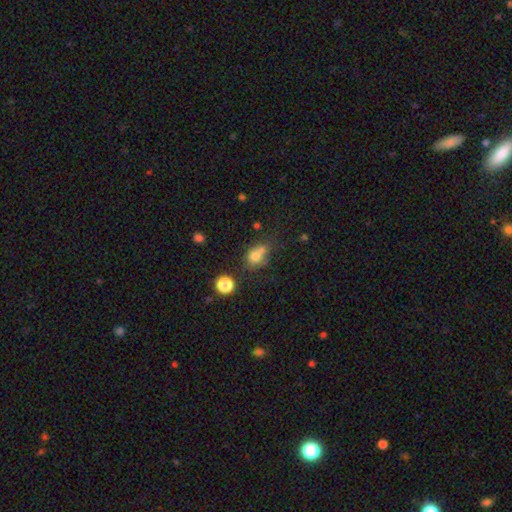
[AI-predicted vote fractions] This is likely a smooth galaxy (72%). How rounded: likely round (63%). Merging: marginally merger (41%).